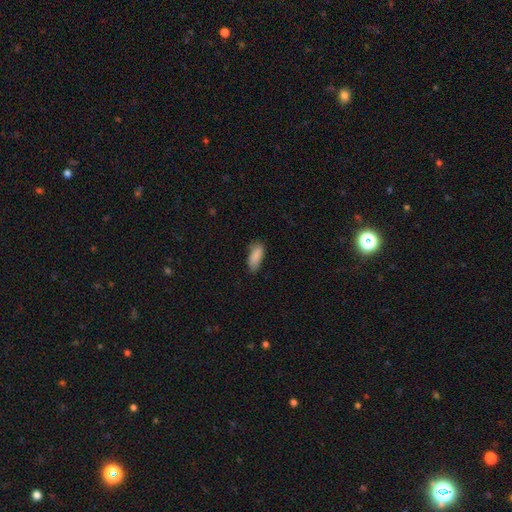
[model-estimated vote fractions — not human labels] The model was most divided on "merging": none: 71%, minor disturbance: 23%, major disturbance: 4%, merger: 2%. More confident: smooth or featured — smooth (88%); how rounded — in between (82%).